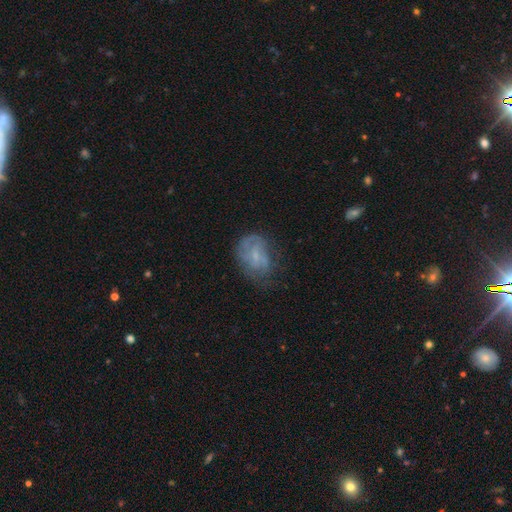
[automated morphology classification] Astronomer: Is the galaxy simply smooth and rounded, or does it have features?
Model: featured or disk — 54% (runner-up: smooth, 36%).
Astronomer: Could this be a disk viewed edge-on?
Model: no — 97%.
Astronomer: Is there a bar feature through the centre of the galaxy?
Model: no — 50% (runner-up: weak, 42%).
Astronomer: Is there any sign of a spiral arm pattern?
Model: yes — 65%.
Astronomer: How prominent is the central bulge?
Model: small — 48% (runner-up: none, 31%).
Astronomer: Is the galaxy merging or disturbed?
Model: none — 51% (runner-up: minor disturbance, 28%).